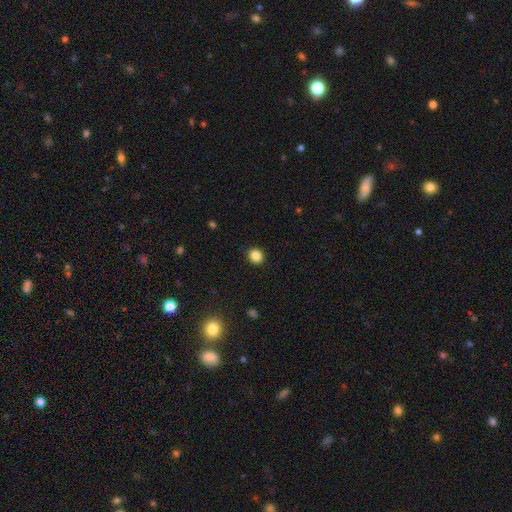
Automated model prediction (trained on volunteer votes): A smooth galaxy with no disk features (85%) that is round (80%).

Vote fractions:
- Smooth or featured? smooth: 85% / star or artifact: 11% / featured or disk: 4%
- How rounded? round: 80% / in between: 20% / cigar-shaped: 1%
- Merging? none: 92% / minor disturbance: 5% / major disturbance: 2% / merger: 1%